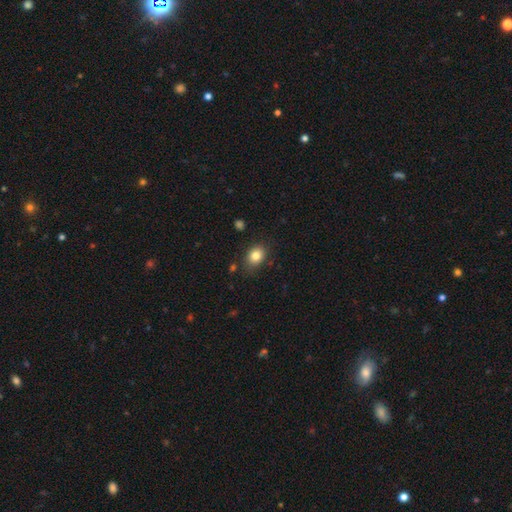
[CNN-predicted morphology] The model was most divided on "how rounded": in between: 62%, round: 37%, cigar-shaped: 1%. More confident: smooth or featured — smooth (83%); merging — none (81%).